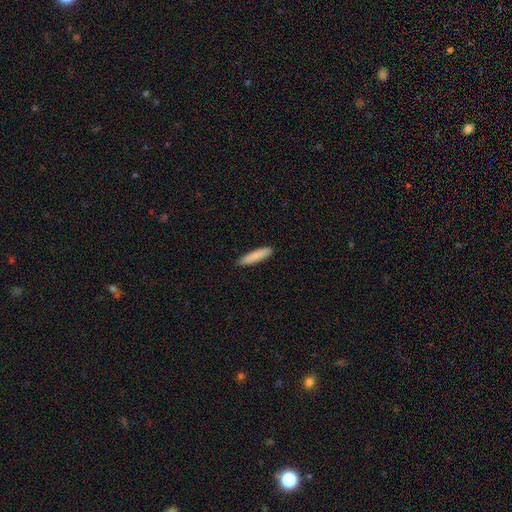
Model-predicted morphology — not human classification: smooth_or_featured: smooth (p=0.86) [alt: featured or disk p=0.08]
how_rounded: cigar-shaped (p=0.82) [alt: in between p=0.17]
merging: none (p=0.88) [alt: minor disturbance p=0.09]